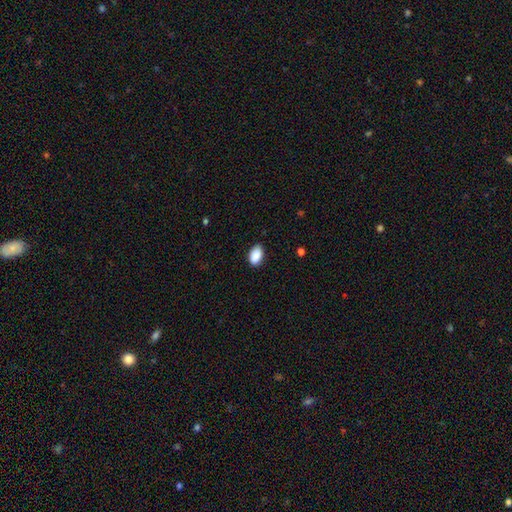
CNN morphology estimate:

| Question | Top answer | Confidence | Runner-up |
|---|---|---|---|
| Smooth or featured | smooth | 90% | star or artifact (7%) |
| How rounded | in between | 92% | round (7%) |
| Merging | none | 81% | minor disturbance (15%) |